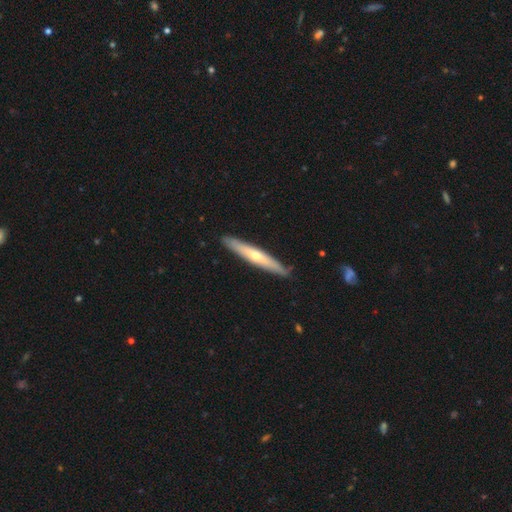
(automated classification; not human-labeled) smooth-or-featured: featured or disk: 53% | smooth: 41% | star or artifact: 5%
  disk-edge-on: yes: 92% | no: 8%
  merging: none: 89% | minor disturbance: 8% | major disturbance: 1% | merger: 1%